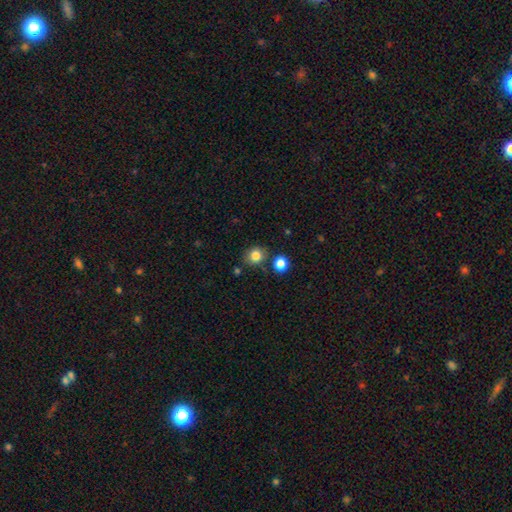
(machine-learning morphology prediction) Overall: smooth (83%). How rounded: round (81%). Merging: none (77%).